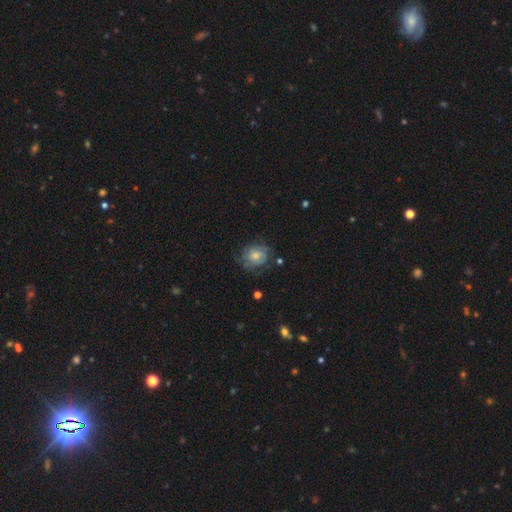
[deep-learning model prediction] A smooth galaxy with no disk features (46%). Merging: none (63%).